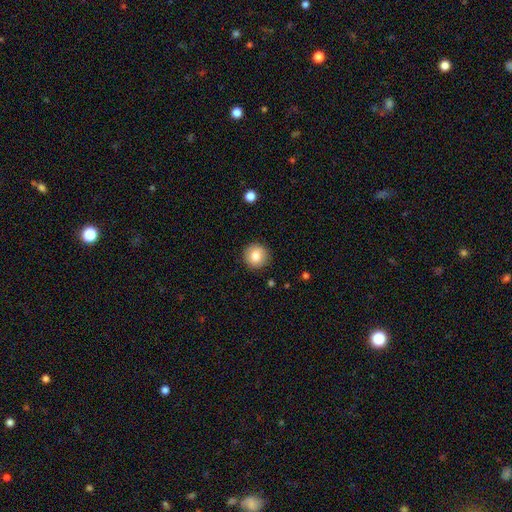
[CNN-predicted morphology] Smooth or featured? smooth (82%)
How rounded? round (94%)
Merging? none (91%)